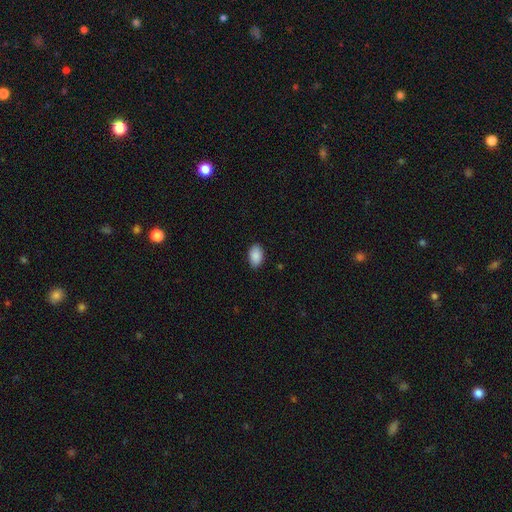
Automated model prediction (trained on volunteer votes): This appears to be a smooth galaxy with no disk features (90%) that is in between round and cigar-shaped (92%). Merging: none (87%).